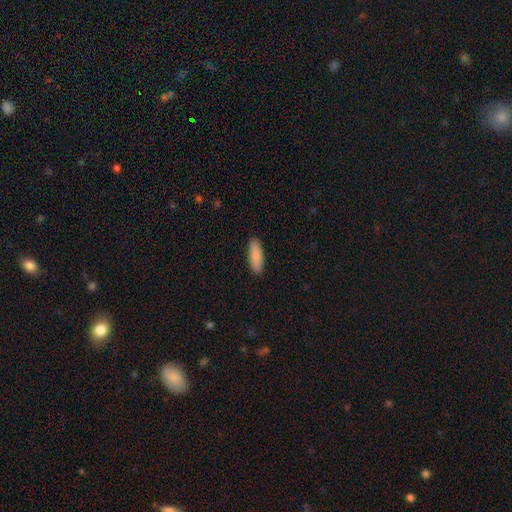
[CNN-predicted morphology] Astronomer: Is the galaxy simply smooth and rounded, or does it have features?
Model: smooth — 86%.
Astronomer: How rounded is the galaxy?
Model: in between — 59% (runner-up: cigar-shaped, 39%).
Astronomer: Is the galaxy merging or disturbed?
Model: none — 89%.